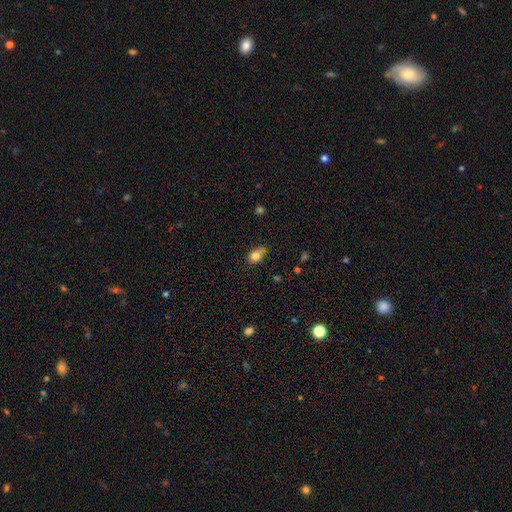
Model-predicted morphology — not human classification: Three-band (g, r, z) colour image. It shows a smooth galaxy with no disk features (82%) that is in between round and cigar-shaped (68%). Merging: none (54%).